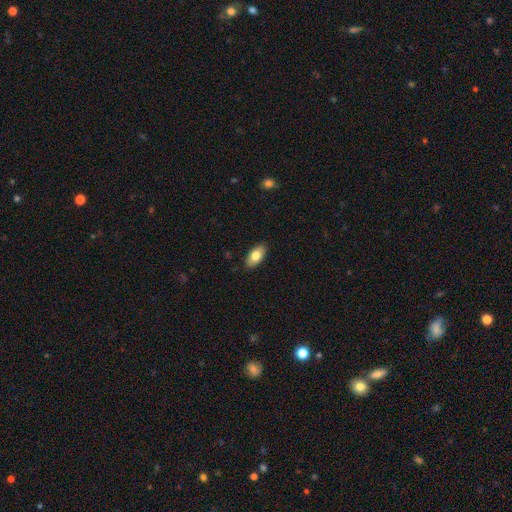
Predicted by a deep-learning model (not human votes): The model was most divided on "smooth or featured": smooth: 79%, featured or disk: 15%, star or artifact: 6%. More confident: how rounded — in between (92%); merging — none (88%).